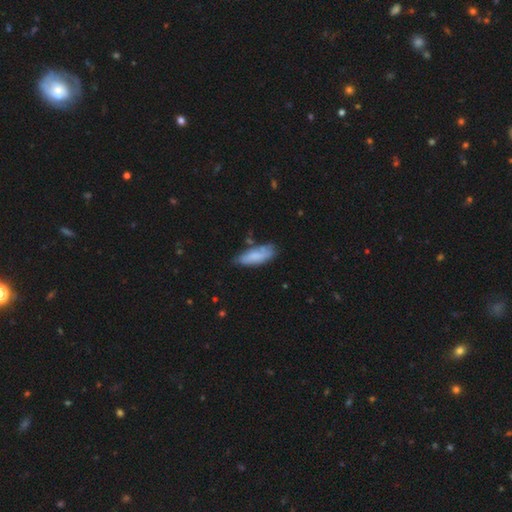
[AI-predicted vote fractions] Q: Smooth or featured?
A: smooth (73%); runner-up: featured or disk (20%)
Q: How rounded?
A: in between (65%); runner-up: cigar-shaped (33%)
Q: Merging?
A: none (58%); runner-up: minor disturbance (30%)